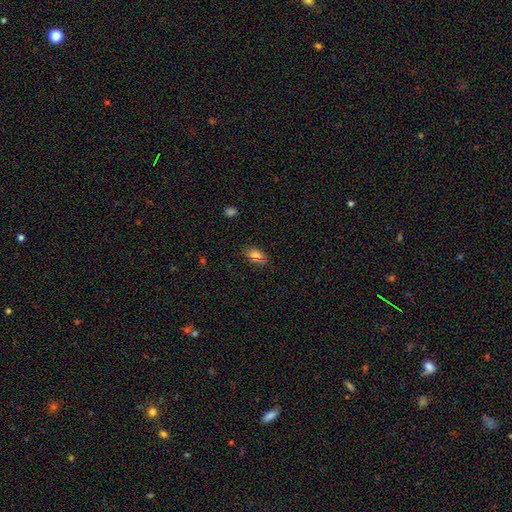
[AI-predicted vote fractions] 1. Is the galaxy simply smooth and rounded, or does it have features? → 76% smooth, 14% star or artifact, 11% featured or disk.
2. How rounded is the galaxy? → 91% in between, 5% round, 4% cigar-shaped.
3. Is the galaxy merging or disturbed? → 83% none, 13% minor disturbance, 3% major disturbance, 1% merger.